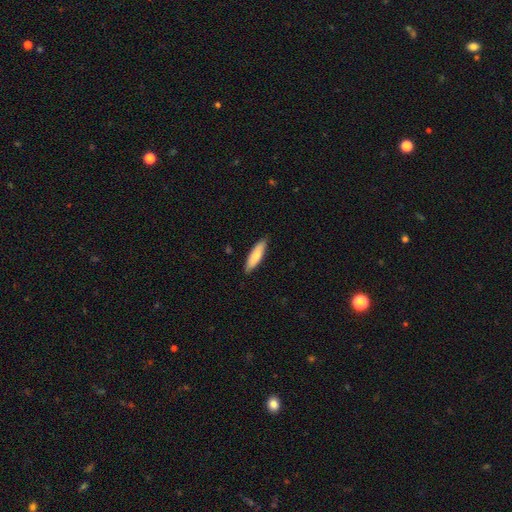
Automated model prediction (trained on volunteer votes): smooth_or_featured: smooth (p=0.79) [alt: featured or disk p=0.16]
how_rounded: cigar-shaped (p=0.66) [alt: in between p=0.33]
merging: none (p=0.86) [alt: minor disturbance p=0.12]